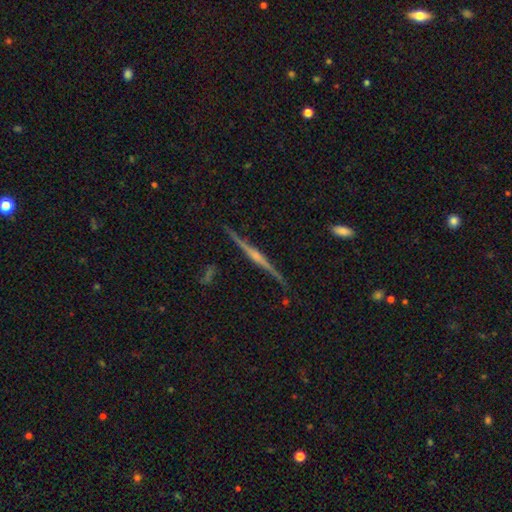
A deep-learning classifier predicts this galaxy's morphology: Smooth or featured? Predicted: featured or disk (p=0.83). Edge-on disk? Predicted: yes (p=0.98). Edge-on bulge? Predicted: rounded (p=0.67). Merging? Predicted: none (p=0.88).